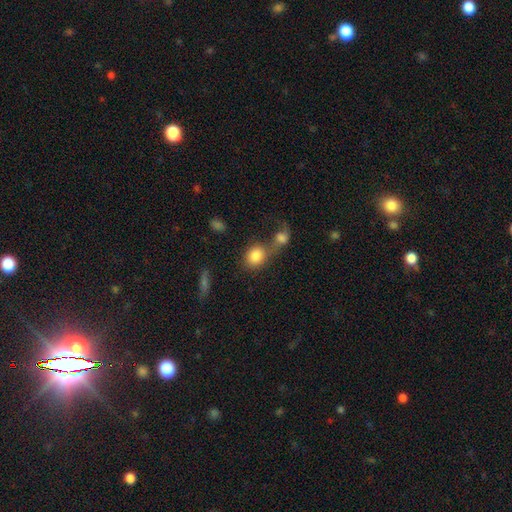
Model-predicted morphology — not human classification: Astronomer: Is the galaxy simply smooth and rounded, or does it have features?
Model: smooth — 83%.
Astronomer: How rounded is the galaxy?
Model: round — 59% (runner-up: in between, 39%).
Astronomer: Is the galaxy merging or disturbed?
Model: merger — 56%.